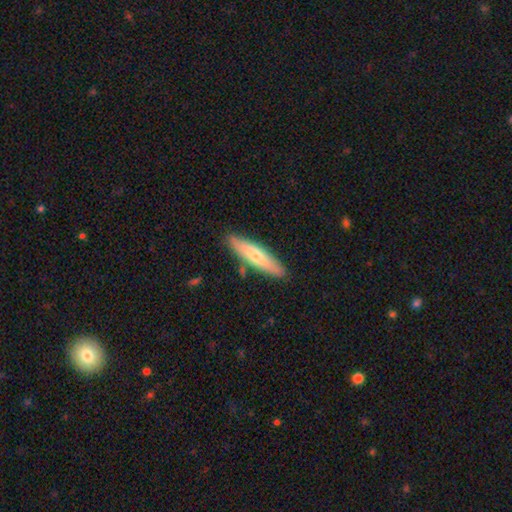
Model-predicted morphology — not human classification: Smooth or featured? Predicted: smooth (p=0.61). How rounded? Predicted: cigar-shaped (p=0.80). Merging? Predicted: none (p=0.85).